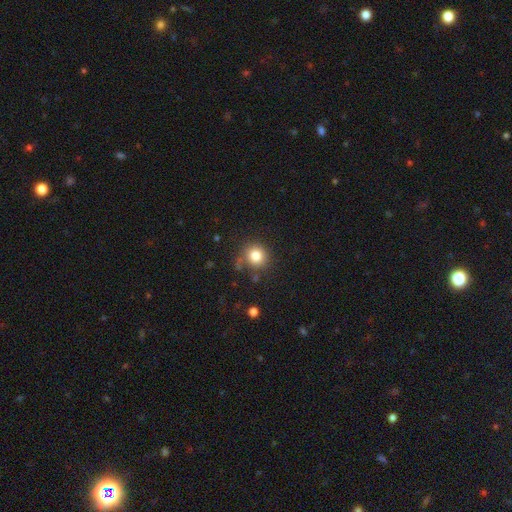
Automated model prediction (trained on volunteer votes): Overall: smooth (82%). How rounded: round (88%). Merging: none (75%).